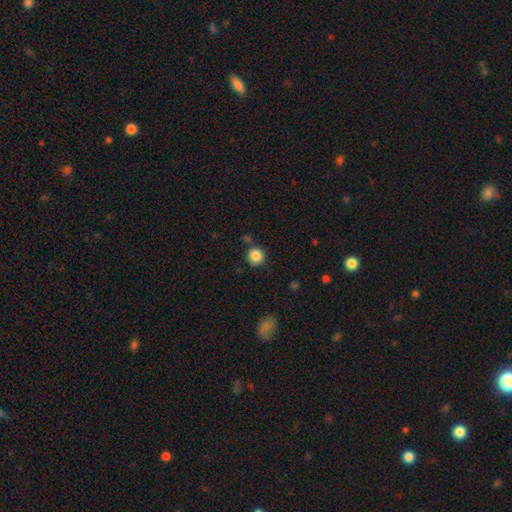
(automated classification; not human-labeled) A smooth galaxy with no disk features (87%) that is round (92%). Merging: none (82%).